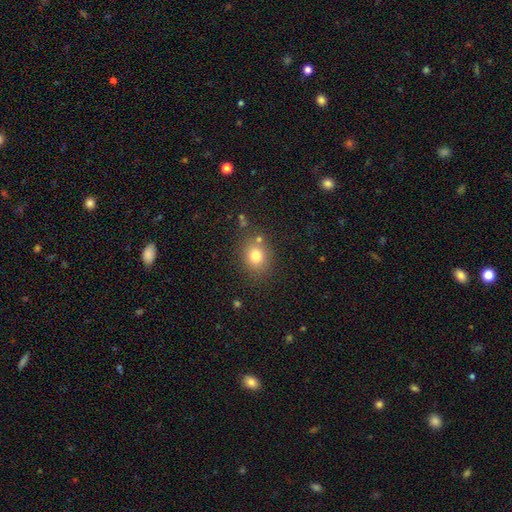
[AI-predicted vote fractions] This appears to be a smooth galaxy with no disk features (77%) that is round (62%). Merging: none (76%).